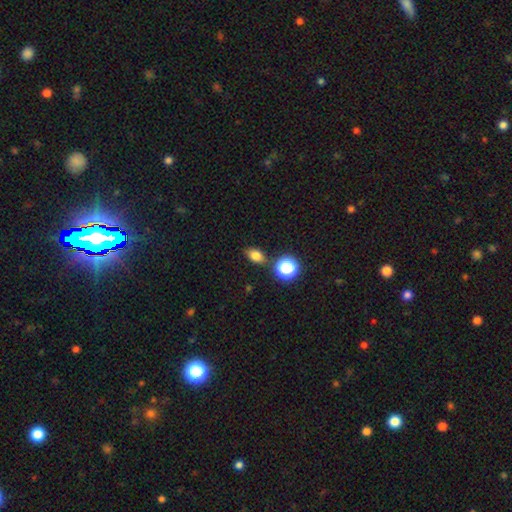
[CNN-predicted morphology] This appears to be a smooth galaxy with no disk features (77%) that is in between round and cigar-shaped (73%). Merging: none (77%).